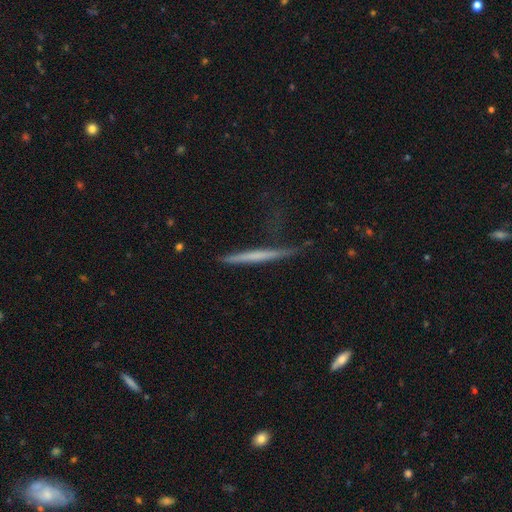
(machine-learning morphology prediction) Smooth or featured?
  - featured or disk: 47% *
  - smooth: 45%
  - star or artifact: 7%
Merging?
  - none: 67% *
  - minor disturbance: 22%
  - major disturbance: 8%
  - merger: 3%